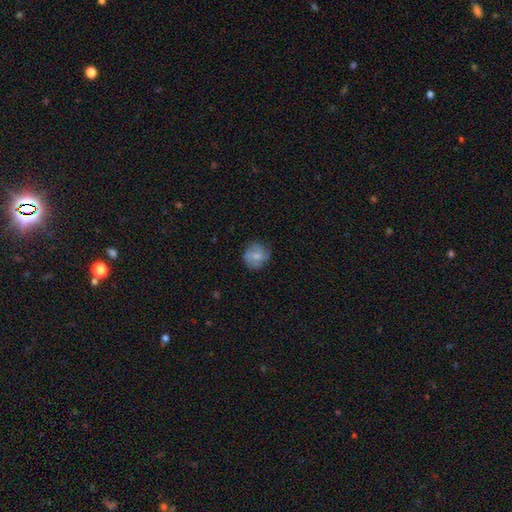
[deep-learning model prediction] Overall: smooth (64%; featured or disk 28%). How rounded: round (84%). Merging: none (74%).